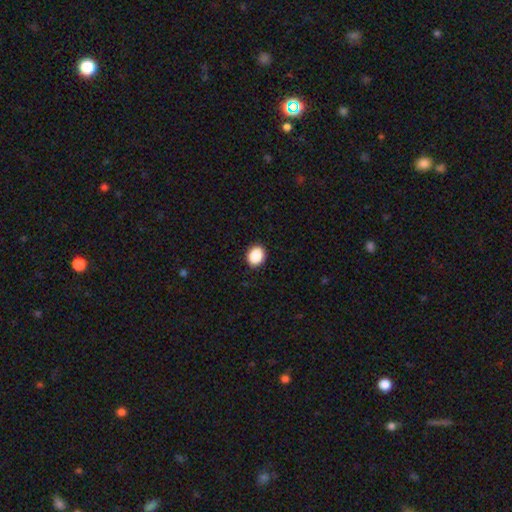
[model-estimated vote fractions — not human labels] This appears to be a smooth galaxy with no disk features (89%) that is round (54%). Merging: none (91%).